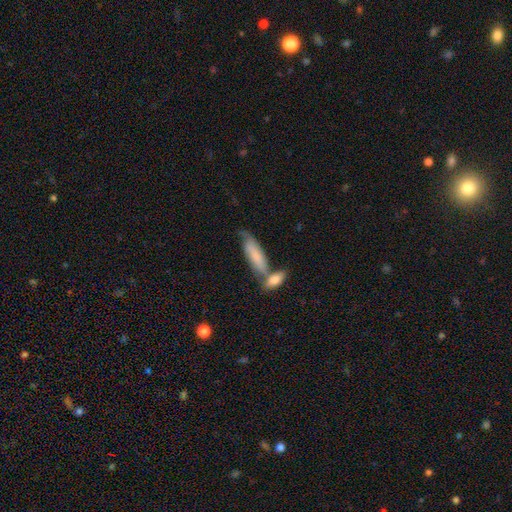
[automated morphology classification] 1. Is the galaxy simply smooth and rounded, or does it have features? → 65% smooth, 28% featured or disk, 6% star or artifact.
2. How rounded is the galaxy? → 51% in between, 47% cigar-shaped, 2% round.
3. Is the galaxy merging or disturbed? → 38% none, 37% merger, 18% minor disturbance, 7% major disturbance.